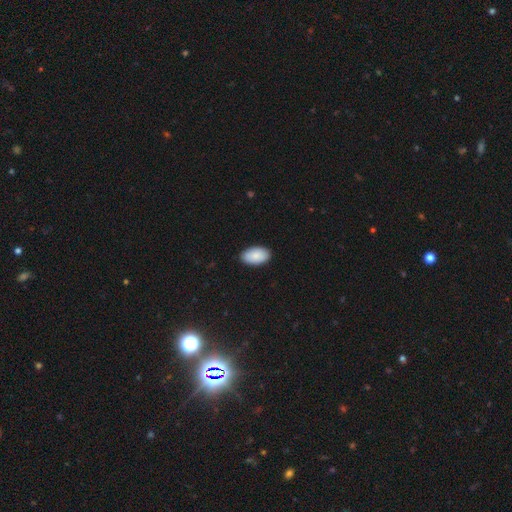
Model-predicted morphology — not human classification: A smooth galaxy with no disk features (86%) that is in between round and cigar-shaped (95%).

Vote fractions:
- Smooth or featured? smooth: 86% / featured or disk: 7% / star or artifact: 6%
- How rounded? in between: 95% / round: 4% / cigar-shaped: 1%
- Merging? none: 88% / minor disturbance: 9% / major disturbance: 2% / merger: 1%